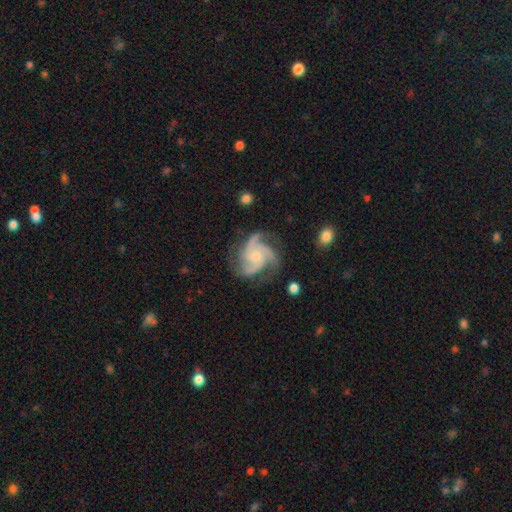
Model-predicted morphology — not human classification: Smooth or featured: featured or disk — 90% (smooth — 5%)
Edge-on disk: no — 99% (yes — 1%)
Bar: no — 73% (weak — 23%)
Spiral arms: yes — 99% (no — 1%)
Spiral winding: medium — 54% (tight — 36%)
Spiral arm count: 3 — 69% (4 — 17%)
Bulge size: small — 56% (moderate — 34%)
Merging: none — 73% (minor disturbance — 17%)